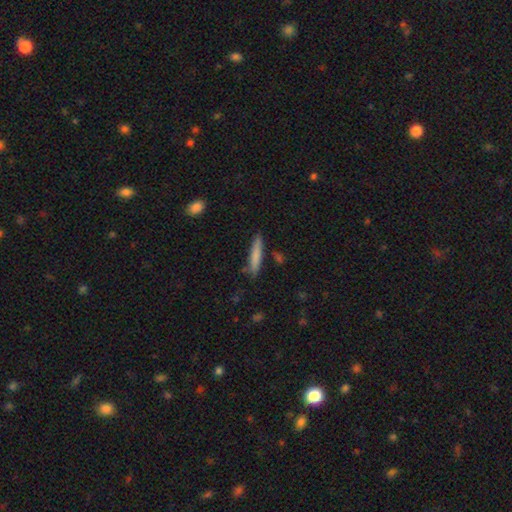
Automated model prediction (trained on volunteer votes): smooth_or_featured: smooth (p=0.79) [alt: featured or disk p=0.15]
how_rounded: cigar-shaped (p=0.90) [alt: in between p=0.09]
merging: none (p=0.82) [alt: minor disturbance p=0.12]